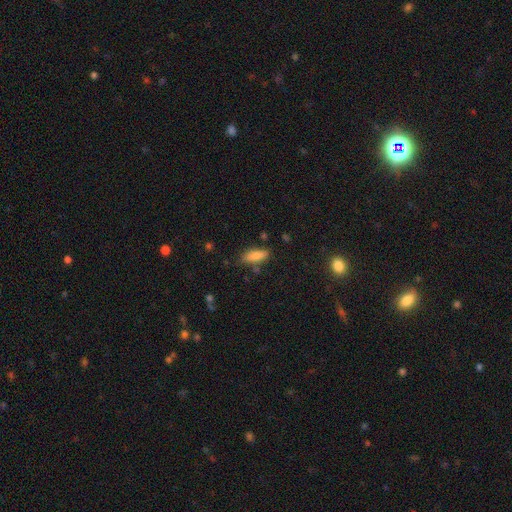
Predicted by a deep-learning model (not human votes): smooth_or_featured: smooth (p=0.84) [alt: featured or disk p=0.08]
how_rounded: in between (p=0.63) [alt: cigar-shaped p=0.35]
merging: none (p=0.79) [alt: minor disturbance p=0.14]